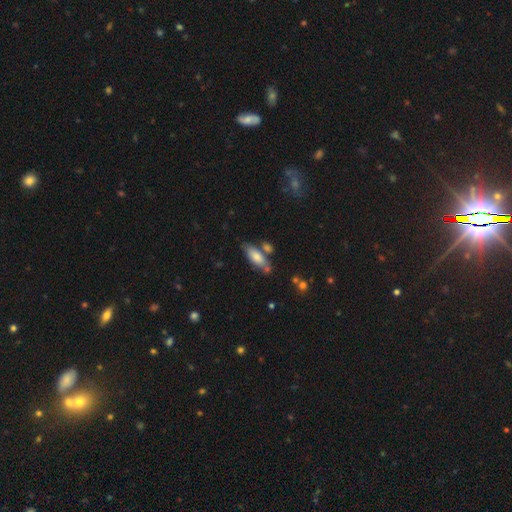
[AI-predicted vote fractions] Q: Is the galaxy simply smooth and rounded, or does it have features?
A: smooth — 76%.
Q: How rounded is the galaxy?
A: in between — 71%.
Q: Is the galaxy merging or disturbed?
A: none — 63%.